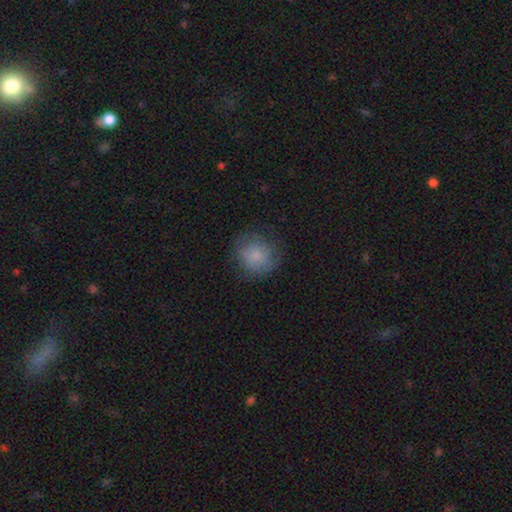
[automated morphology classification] A smooth galaxy with no disk features (78%) that is round (87%). Merging: none (73%).